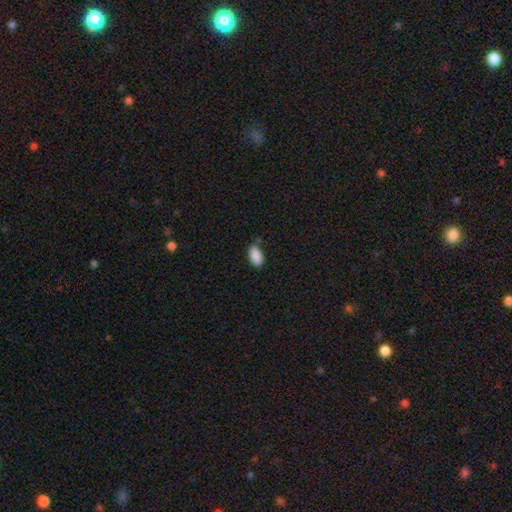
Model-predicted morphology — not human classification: smooth-or-featured: smooth: 90% | star or artifact: 7% | featured or disk: 3%
  how-rounded: in between: 93% | cigar-shaped: 5% | round: 2%
  merging: none: 74% | minor disturbance: 19% | merger: 4% | major disturbance: 3%